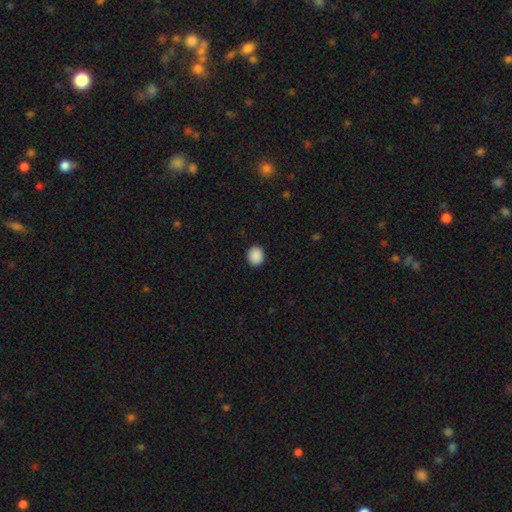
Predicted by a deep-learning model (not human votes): smooth 90%, star or artifact 8%, featured or disk 2%. Down the decision tree: how rounded — round (78%); merging — none (91%).